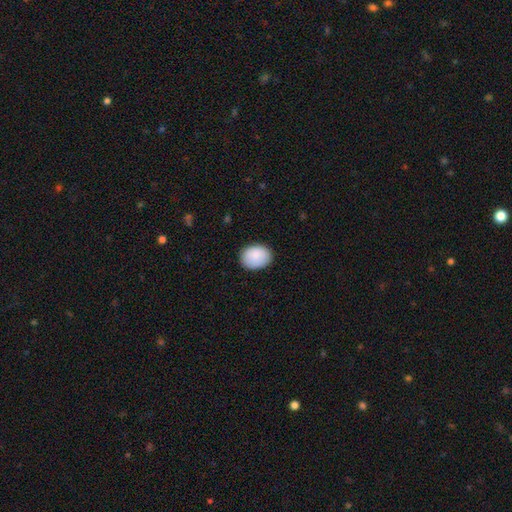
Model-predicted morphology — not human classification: This is clearly a smooth galaxy (87%). How rounded: likely in between (66%). Merging: clearly none (84%).